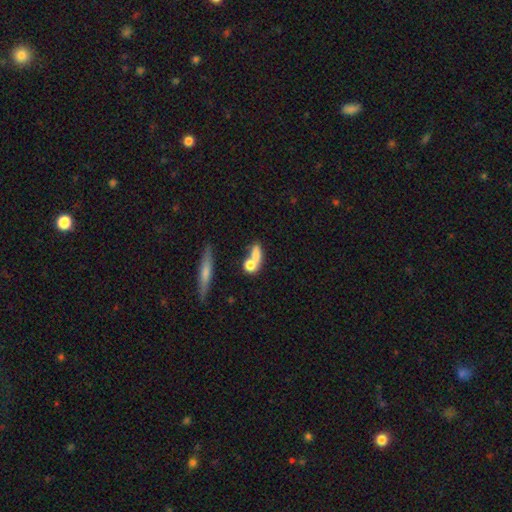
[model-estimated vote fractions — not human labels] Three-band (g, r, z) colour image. It shows a smooth galaxy with no disk features (71%) that is in between round and cigar-shaped (51%). Merging: merger (49%).